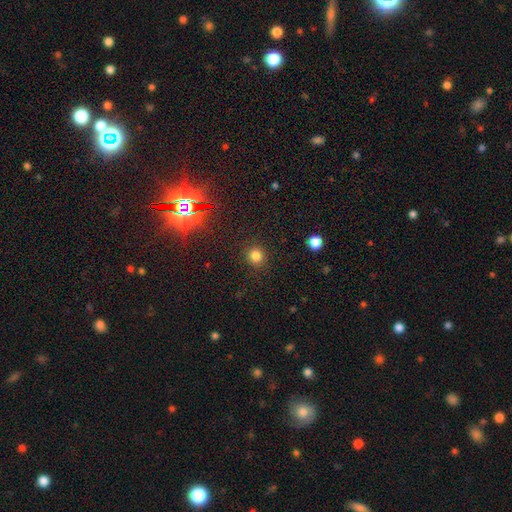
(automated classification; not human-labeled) Smooth or featured?
  - smooth: 80% *
  - star or artifact: 15%
  - featured or disk: 5%
How rounded?
  - round: 91% *
  - in between: 8%
  - cigar-shaped: 1%
Merging?
  - none: 90% *
  - minor disturbance: 6%
  - major disturbance: 3%
  - merger: 1%